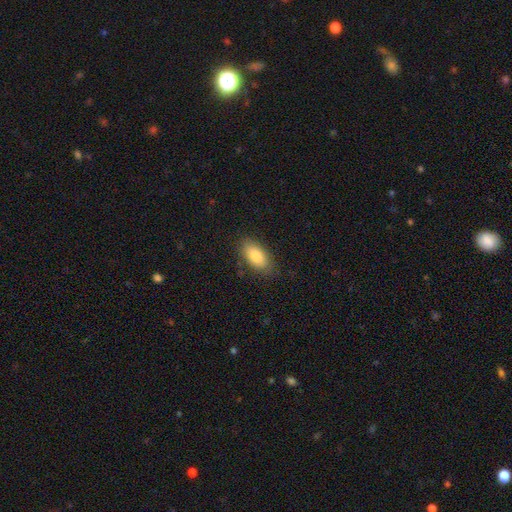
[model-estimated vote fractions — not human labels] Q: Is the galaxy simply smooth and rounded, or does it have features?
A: smooth — 82%.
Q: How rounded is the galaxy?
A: in between — 90%.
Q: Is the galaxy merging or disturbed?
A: none — 85%.